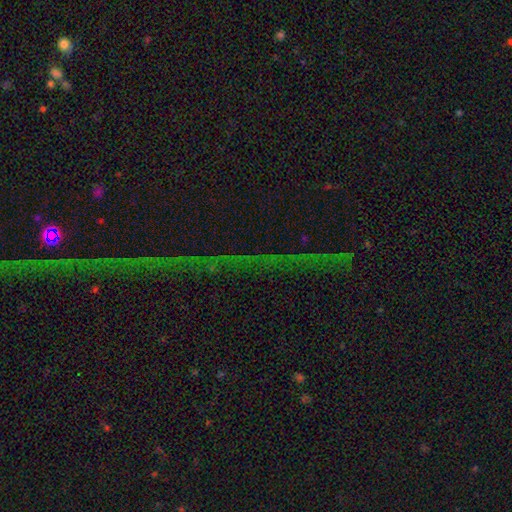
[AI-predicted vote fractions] A star or artifact, not a galaxy (75%).